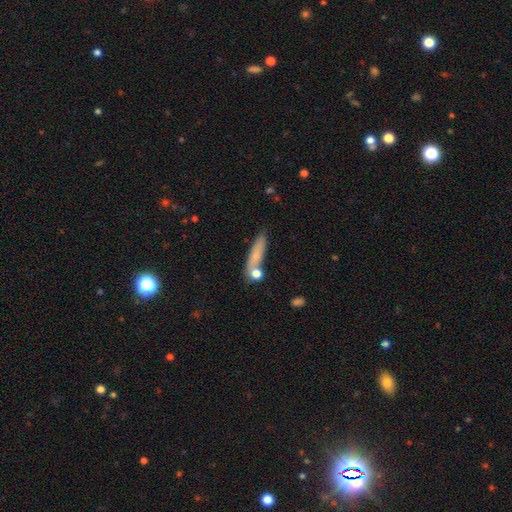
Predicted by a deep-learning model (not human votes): Morphology: type=smooth (71%); roundness=cigar-shaped (80%); merging=none (67%).